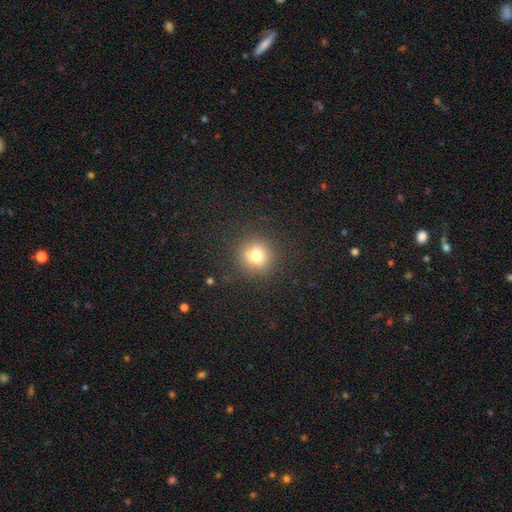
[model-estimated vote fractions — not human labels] Smooth or featured? smooth (74%)
How rounded? round (92%)
Merging? none (88%)